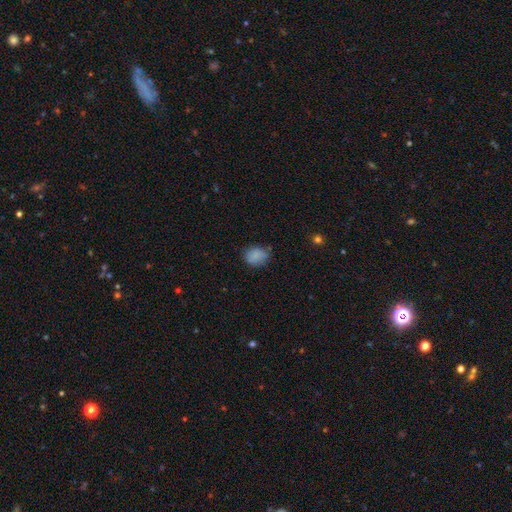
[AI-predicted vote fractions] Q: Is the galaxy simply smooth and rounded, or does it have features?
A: smooth — 84%.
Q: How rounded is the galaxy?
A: in between — 50%.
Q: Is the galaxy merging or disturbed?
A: none — 68%.